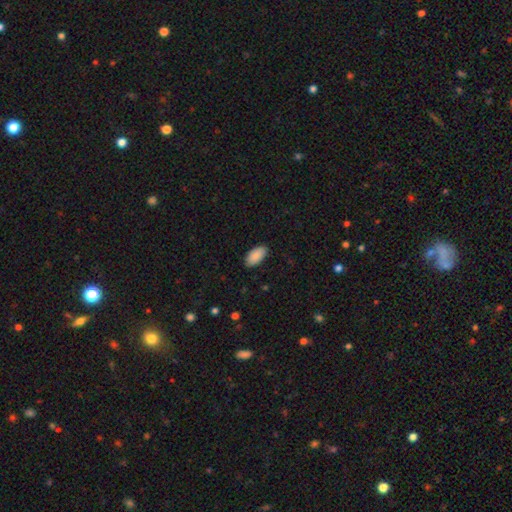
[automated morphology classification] type=smooth (90%); roundness=in between (95%); merging=none (88%).